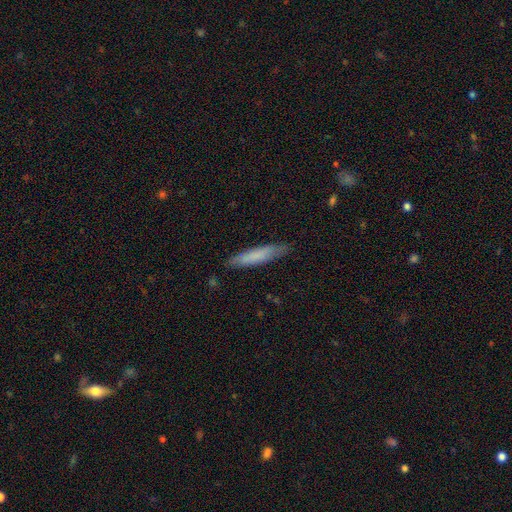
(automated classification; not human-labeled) Q: Smooth or featured?
A: smooth (75%); runner-up: featured or disk (19%)
Q: How rounded?
A: cigar-shaped (89%); runner-up: in between (10%)
Q: Merging?
A: none (84%); runner-up: minor disturbance (13%)